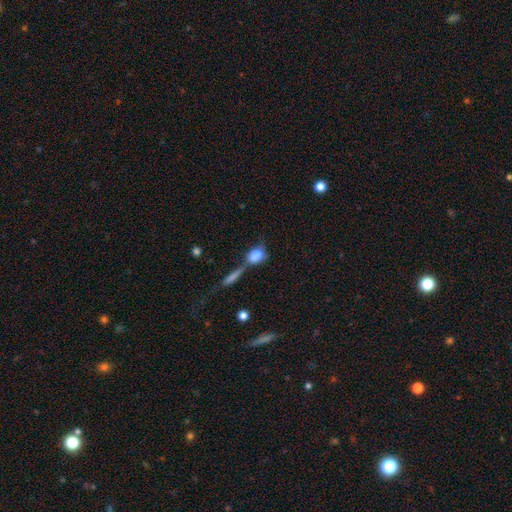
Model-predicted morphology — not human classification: This appears to be a smooth galaxy with no disk features (70%) that is in between round and cigar-shaped (54%). Merging: merger (49%).